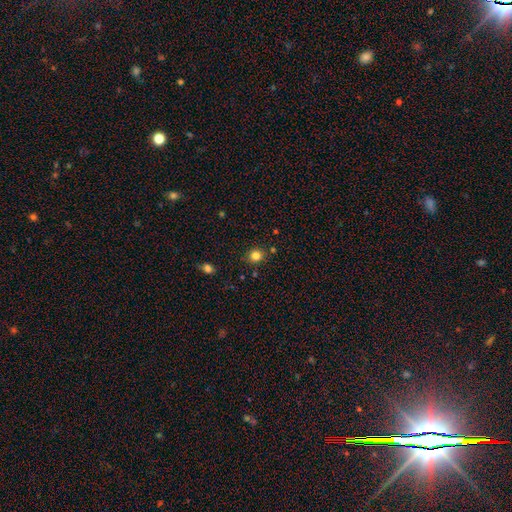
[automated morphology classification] Smooth or featured: smooth — 82% (star or artifact — 13%)
How rounded: round — 87% (in between — 12%)
Merging: none — 86% (minor disturbance — 9%)